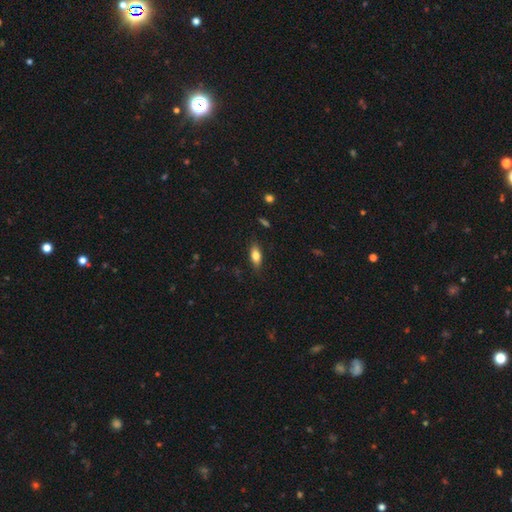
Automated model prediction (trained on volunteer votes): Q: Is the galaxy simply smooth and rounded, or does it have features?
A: smooth — 78%.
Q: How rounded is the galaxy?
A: in between — 81%.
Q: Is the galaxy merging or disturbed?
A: none — 84%.